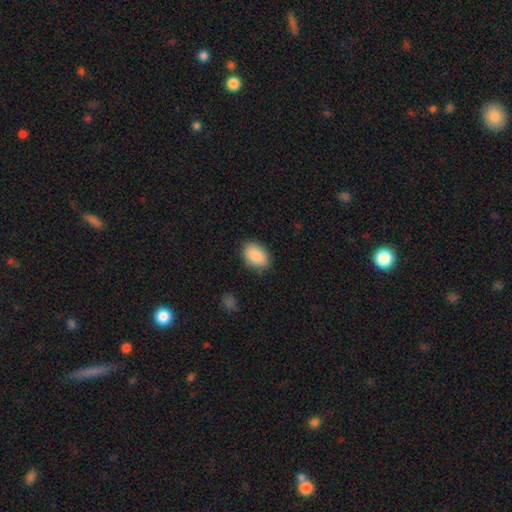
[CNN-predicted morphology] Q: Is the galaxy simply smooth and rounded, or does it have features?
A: smooth — 88%.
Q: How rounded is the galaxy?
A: in between — 88%.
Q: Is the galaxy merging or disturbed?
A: none — 83%.